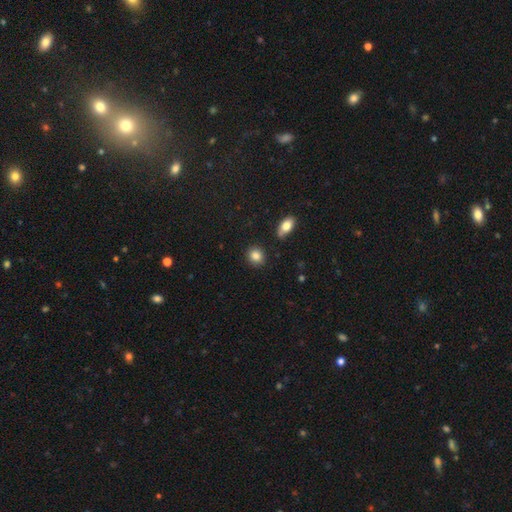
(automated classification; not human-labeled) Q: Smooth or featured?
A: smooth (86%); runner-up: star or artifact (9%)
Q: How rounded?
A: round (81%); runner-up: in between (18%)
Q: Merging?
A: none (88%); runner-up: minor disturbance (8%)